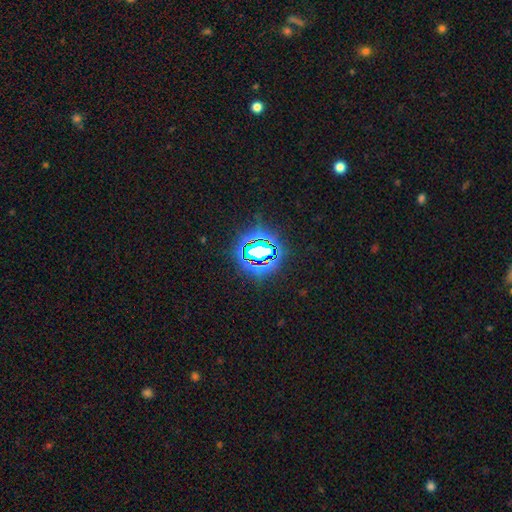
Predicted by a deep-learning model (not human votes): Q: Smooth or featured?
A: star or artifact (71%); runner-up: smooth (17%)